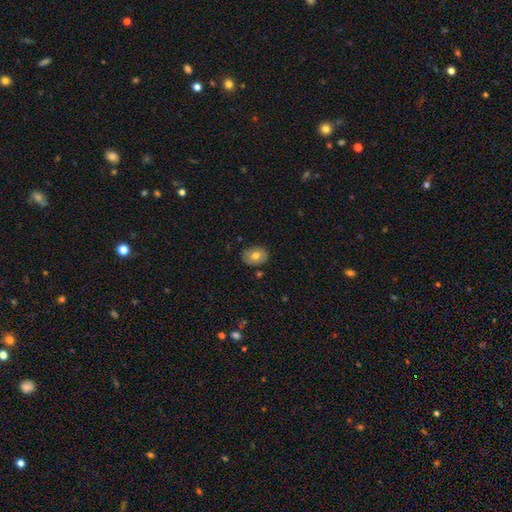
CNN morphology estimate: A smooth galaxy with no disk features (67%) that is in between round and cigar-shaped (66%). Merging: none (78%).